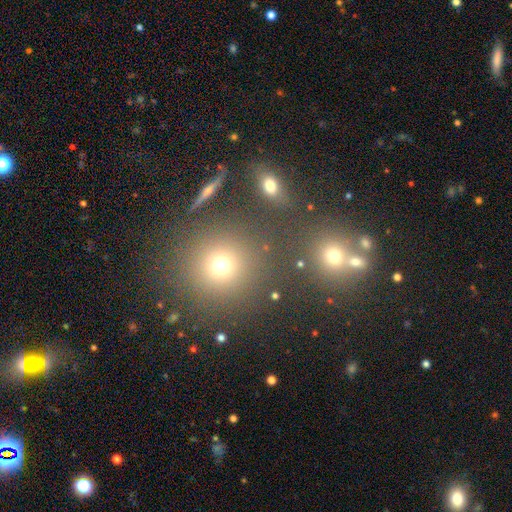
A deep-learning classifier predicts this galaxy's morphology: This is possibly a smooth galaxy (50%). Merging: likely none (77%).